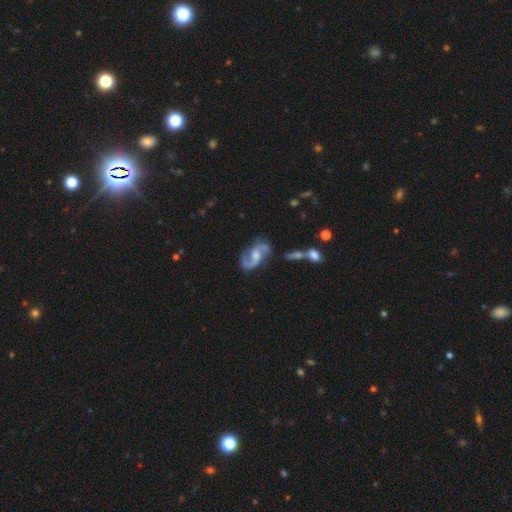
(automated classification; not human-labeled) Smooth or featured?
  - featured or disk: 87% *
  - smooth: 7%
  - star or artifact: 5%
Edge-on disk?
  - no: 97% *
  - yes: 3%
Bar?
  - no: 45% *
  - weak: 44%
  - strong: 10%
Spiral arms?
  - yes: 96% *
  - no: 4%
Spiral winding?
  - medium: 46% *
  - loose: 43%
  - tight: 10%
Spiral arm count?
  - 2: 90% *
  - 1: 4%
  - can't tell: 3%
  - 3: 1%
  - 4: 1%
  - more than 4: 1%
Bulge size?
  - moderate: 53% *
  - small: 24%
  - none: 12%
  - large: 11%
  - dominant: 1%
Merging?
  - none: 63% *
  - minor disturbance: 19%
  - major disturbance: 11%
  - merger: 7%